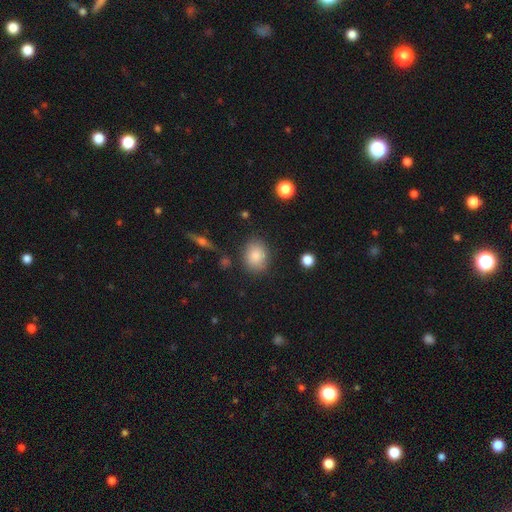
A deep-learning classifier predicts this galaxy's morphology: A smooth galaxy with no disk features (84%) that is in between round and cigar-shaped (51%). Merging: none (80%).